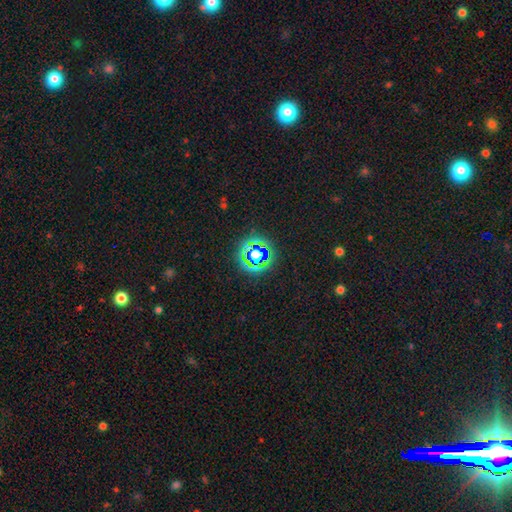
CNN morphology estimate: star or artifact 71%, smooth 19%, featured or disk 10%.